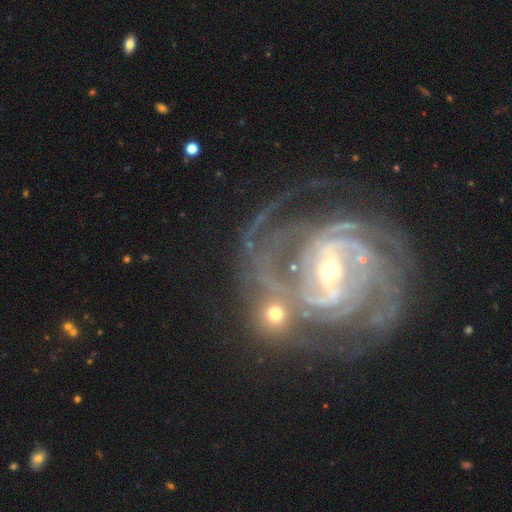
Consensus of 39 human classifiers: Volunteers were most divided on "spiral arm count": 4: 36%, 3: 25%, can't tell: 25%, 2: 8%, more than 4: 6%, 1: 0%. Remaining: smooth or featured — featured or disk (97%); edge-on disk — no (97%); spiral arms — yes (97%); merging — none (71%); spiral winding — tight (69%); bulge size — small (68%); bar — weak (46%).